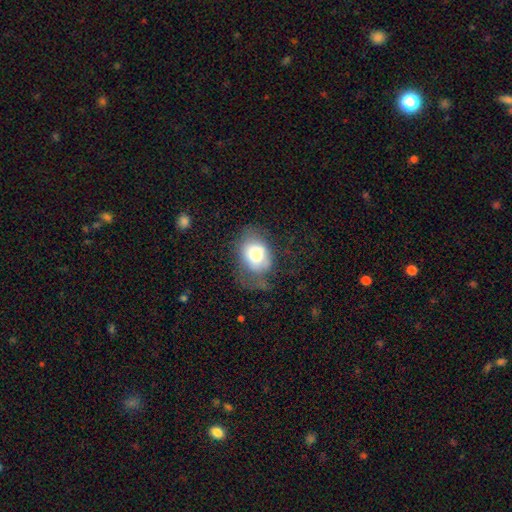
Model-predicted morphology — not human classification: Smooth or featured: smooth — 70% (featured or disk — 21%)
How rounded: in between — 60% (round — 39%)
Merging: none — 40% (minor disturbance — 30%)